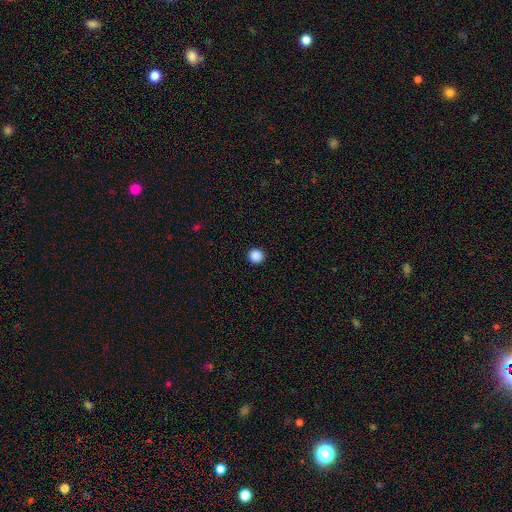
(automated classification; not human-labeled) Smooth or featured? smooth (88%)
How rounded? round (95%)
Merging? none (94%)